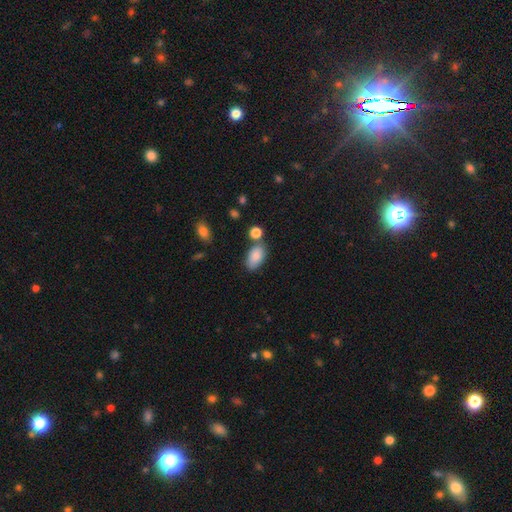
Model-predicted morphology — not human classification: Q: Smooth or featured?
A: smooth (85%); runner-up: star or artifact (8%)
Q: How rounded?
A: in between (92%); runner-up: round (6%)
Q: Merging?
A: none (66%); runner-up: minor disturbance (17%)